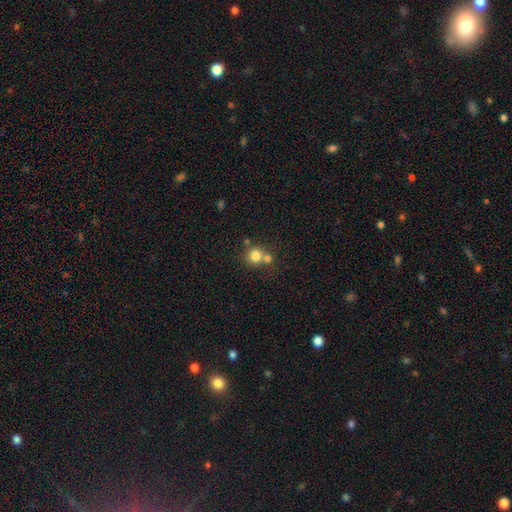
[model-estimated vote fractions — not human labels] A smooth galaxy with no disk features (78%) that is round (88%). Merging: none (51%).